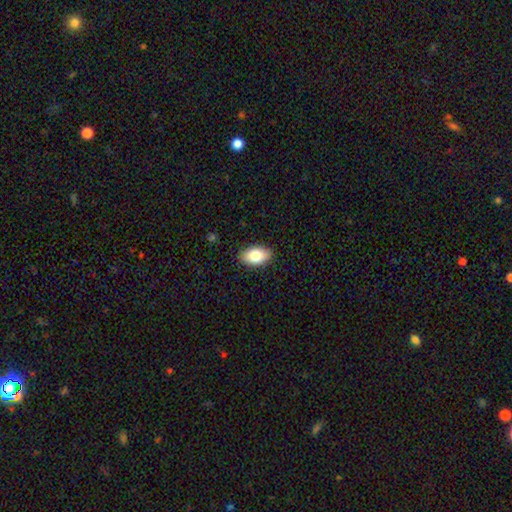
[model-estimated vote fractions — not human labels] Smooth or featured? smooth (83%)
How rounded? in between (92%)
Merging? none (88%)